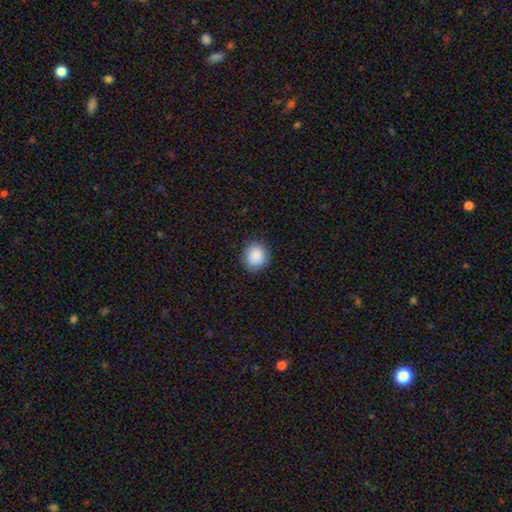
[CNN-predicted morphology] Overall: smooth (89%). How rounded: round (79%). Merging: none (87%).